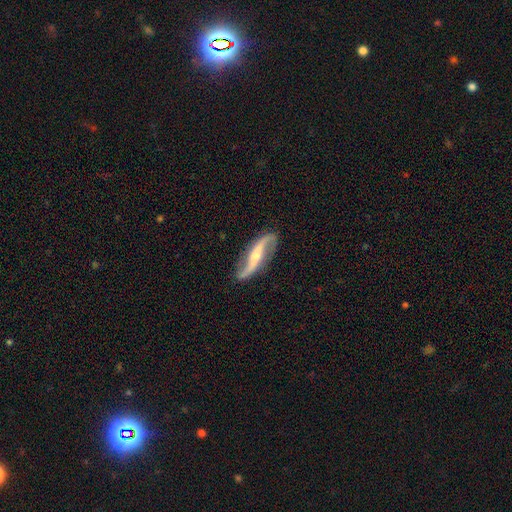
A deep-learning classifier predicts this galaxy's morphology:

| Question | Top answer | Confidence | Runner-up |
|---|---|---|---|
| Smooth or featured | featured or disk | 89% | smooth (7%) |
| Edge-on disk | no | 86% | yes (14%) |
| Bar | strong | 42% | no (31%) |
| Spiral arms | yes | 96% | no (4%) |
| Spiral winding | loose | 82% | medium (13%) |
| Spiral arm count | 2 | 94% | 1 (2%) |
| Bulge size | small | 47% | moderate (46%) |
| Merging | none | 84% | minor disturbance (11%) |